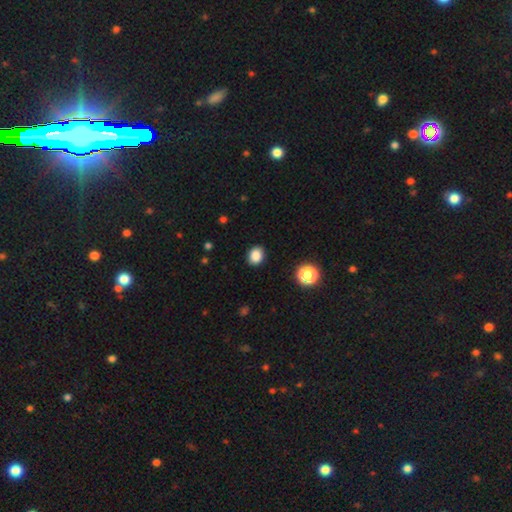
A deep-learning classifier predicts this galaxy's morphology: type=smooth (86%); roundness=round (54%); merging=none (89%).